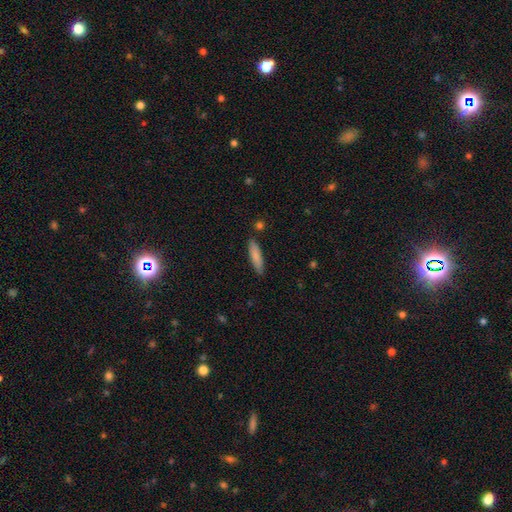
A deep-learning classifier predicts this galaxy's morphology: This is clearly a smooth galaxy (82%). How rounded: likely cigar-shaped (71%). Merging: clearly none (85%).